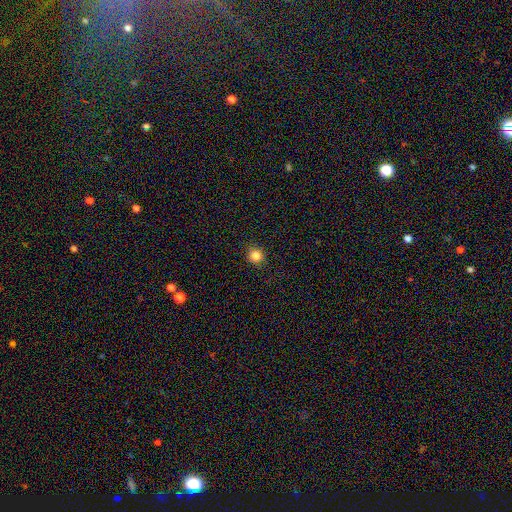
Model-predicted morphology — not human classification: This is clearly a smooth galaxy (83%). How rounded: clearly round (89%). Merging: clearly none (91%).